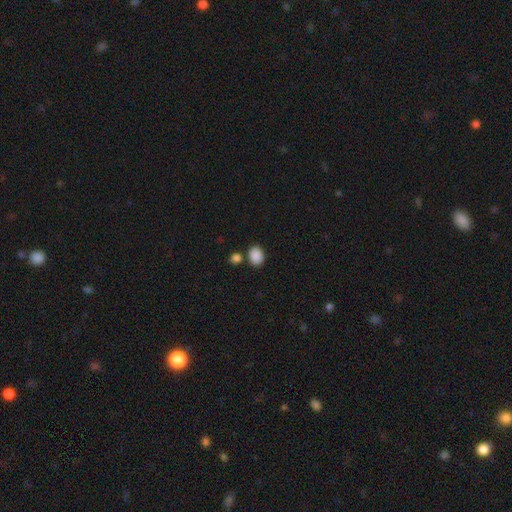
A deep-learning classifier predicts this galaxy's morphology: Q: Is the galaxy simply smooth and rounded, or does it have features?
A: smooth — 88%.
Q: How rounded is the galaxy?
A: in between — 61%.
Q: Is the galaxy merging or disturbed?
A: none — 74%.